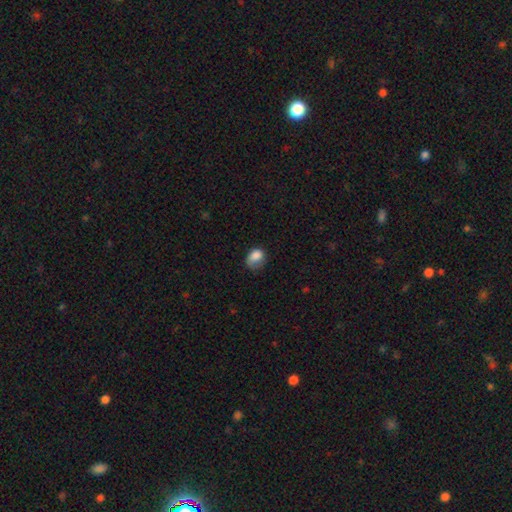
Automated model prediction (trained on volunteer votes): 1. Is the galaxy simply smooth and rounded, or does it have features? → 83% smooth, 9% featured or disk, 8% star or artifact.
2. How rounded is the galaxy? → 59% in between, 40% round, 1% cigar-shaped.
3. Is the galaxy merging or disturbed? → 41% none, 36% minor disturbance, 21% major disturbance, 2% merger.